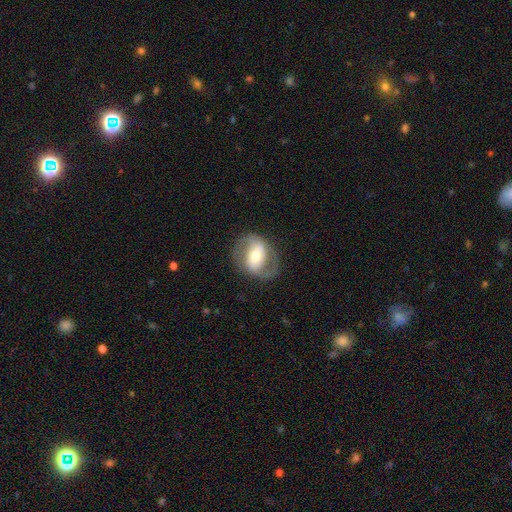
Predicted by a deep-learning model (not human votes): Smooth or featured: featured or disk — 70% (smooth — 24%)
Edge-on disk: no — 95% (yes — 5%)
Bar: strong — 40% (weak — 33%)
Spiral arms: yes — 74% (no — 26%)
Bulge size: moderate — 59% (small — 27%)
Merging: none — 76% (minor disturbance — 14%)